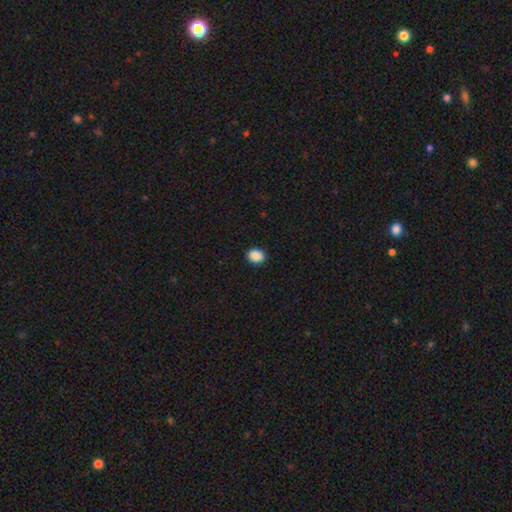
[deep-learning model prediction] Smooth or featured: smooth — 90% (star or artifact — 8%)
How rounded: round — 57% (in between — 42%)
Merging: none — 91% (minor disturbance — 7%)